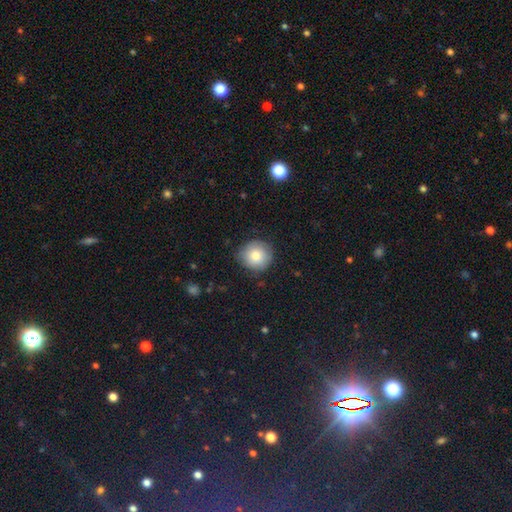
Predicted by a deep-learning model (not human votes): Smooth or featured: smooth — 79% (featured or disk — 13%)
How rounded: round — 92% (in between — 7%)
Merging: none — 82% (minor disturbance — 14%)